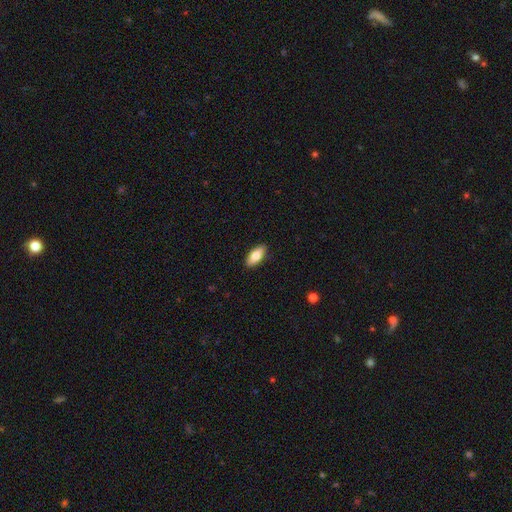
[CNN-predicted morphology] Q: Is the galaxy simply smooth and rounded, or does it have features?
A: smooth — 79%.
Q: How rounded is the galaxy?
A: in between — 84%.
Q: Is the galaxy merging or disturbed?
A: none — 90%.